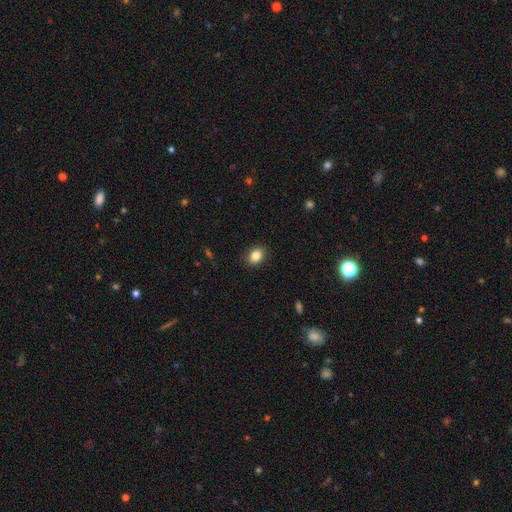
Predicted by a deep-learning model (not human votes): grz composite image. It shows a smooth galaxy with no disk features (85%) that is in between round and cigar-shaped (67%). Merging: none (87%).